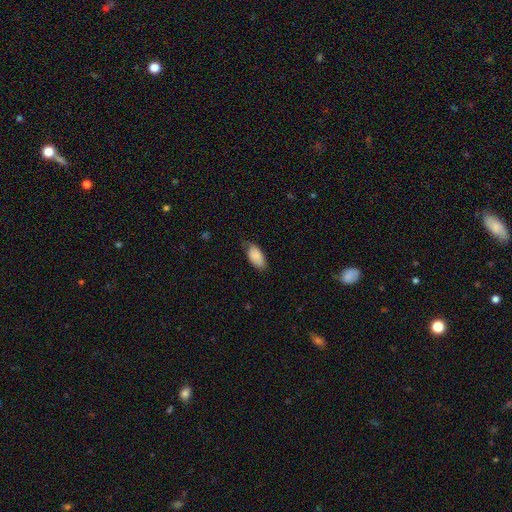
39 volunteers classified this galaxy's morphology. A smooth galaxy with no disk features (95%) that is in between round and cigar-shaped (95%).

Vote fractions:
- Smooth or featured? smooth: 95% / featured or disk: 3% / star or artifact: 3%
- How rounded? in between: 95% / cigar-shaped: 5% / round: 0%
- Merging? none: 66% / minor disturbance: 32% / major disturbance: 3% / merger: 0%